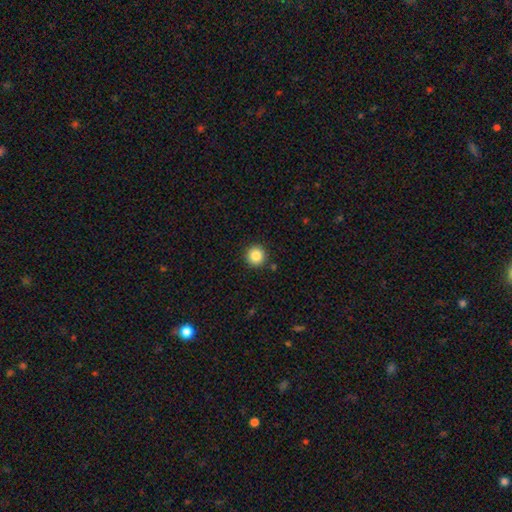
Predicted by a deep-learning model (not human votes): The model was most divided on "smooth or featured": smooth: 85%, star or artifact: 10%, featured or disk: 5%. More confident: how rounded — round (95%); merging — none (91%).